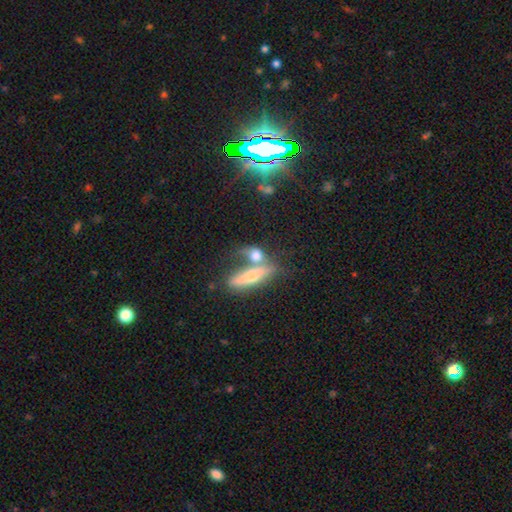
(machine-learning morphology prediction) type=smooth (57%); roundness=in between (56%); merging=merger (51%).